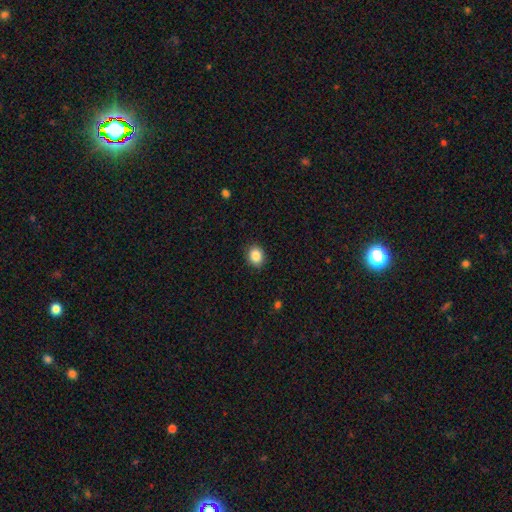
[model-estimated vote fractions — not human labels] Smooth or featured? smooth (87%)
How rounded? round (55%)
Merging? none (90%)